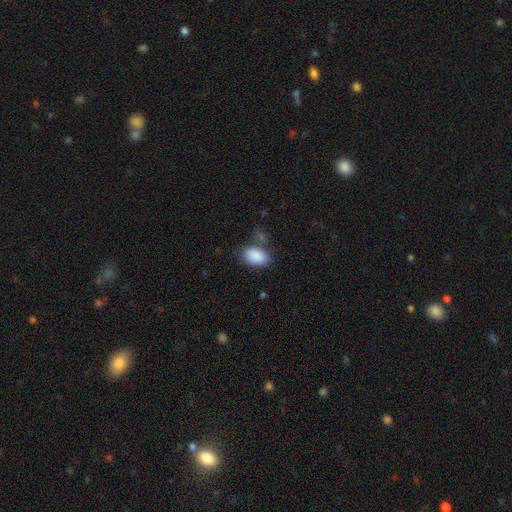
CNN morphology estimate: A smooth galaxy with no disk features (88%) that is in between round and cigar-shaped (91%).

Vote fractions:
- Smooth or featured? smooth: 88% / star or artifact: 7% / featured or disk: 5%
- How rounded? in between: 91% / round: 8% / cigar-shaped: 1%
- Merging? none: 65% / minor disturbance: 18% / merger: 10% / major disturbance: 6%